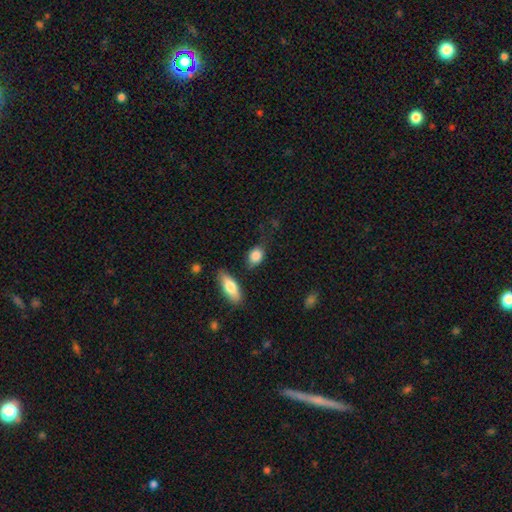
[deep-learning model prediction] This appears to be a smooth galaxy with no disk features (85%) that is in between round and cigar-shaped (66%). Merging: none (68%).